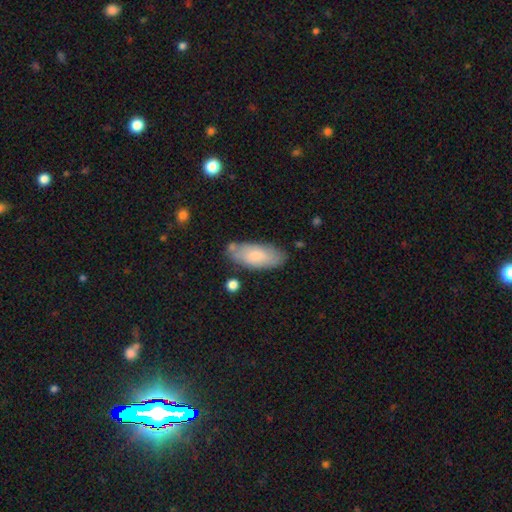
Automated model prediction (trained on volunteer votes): Overall: smooth (75%). How rounded: in between (84%). Merging: none (71%).